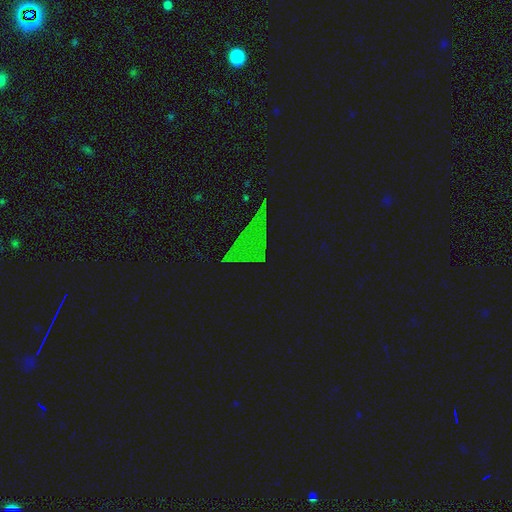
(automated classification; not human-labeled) Morphology: type=star or artifact (74%).